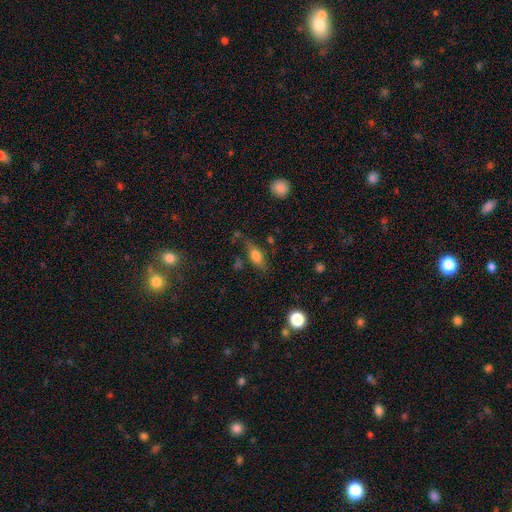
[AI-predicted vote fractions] A smooth galaxy with no disk features (69%) that is in between round and cigar-shaped (74%).

Vote fractions:
- Smooth or featured? smooth: 69% / featured or disk: 21% / star or artifact: 10%
- How rounded? in between: 74% / cigar-shaped: 20% / round: 6%
- Merging? none: 66% / minor disturbance: 21% / major disturbance: 7% / merger: 5%